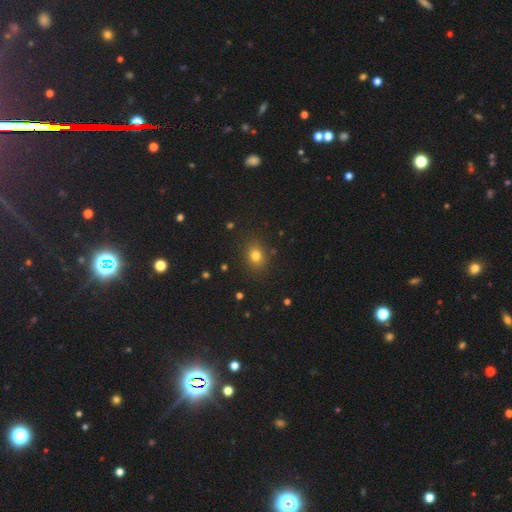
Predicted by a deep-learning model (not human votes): Smooth or featured? Predicted: smooth (p=0.77). How rounded? Predicted: round (p=0.50). Merging? Predicted: none (p=0.85).